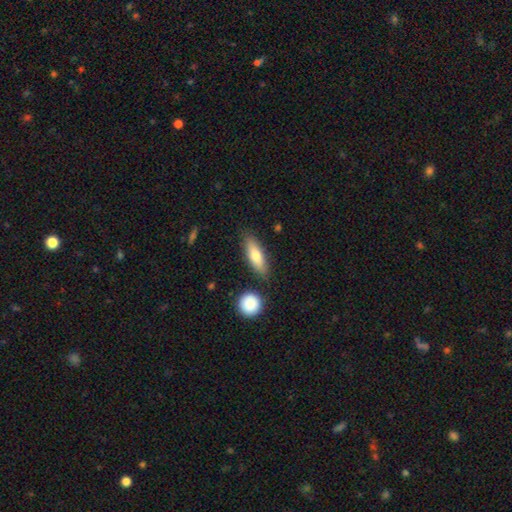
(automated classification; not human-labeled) smooth_or_featured: smooth (p=0.70) [alt: featured or disk p=0.24]
how_rounded: cigar-shaped (p=0.49) [alt: in between p=0.47]
merging: none (p=0.81) [alt: minor disturbance p=0.12]